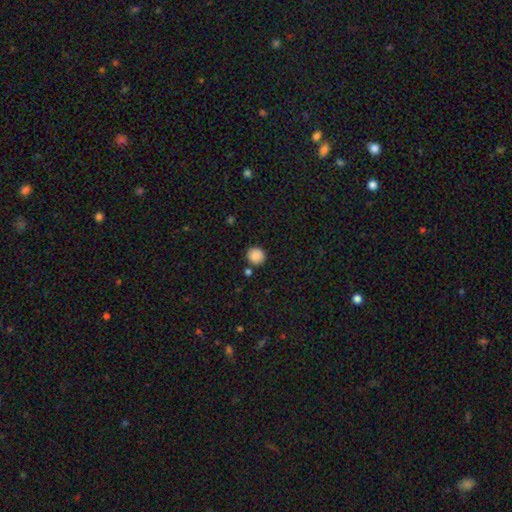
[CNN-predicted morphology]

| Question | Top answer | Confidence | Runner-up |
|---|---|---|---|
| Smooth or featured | smooth | 87% | star or artifact (9%) |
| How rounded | round | 91% | in between (9%) |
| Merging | none | 84% | minor disturbance (8%) |